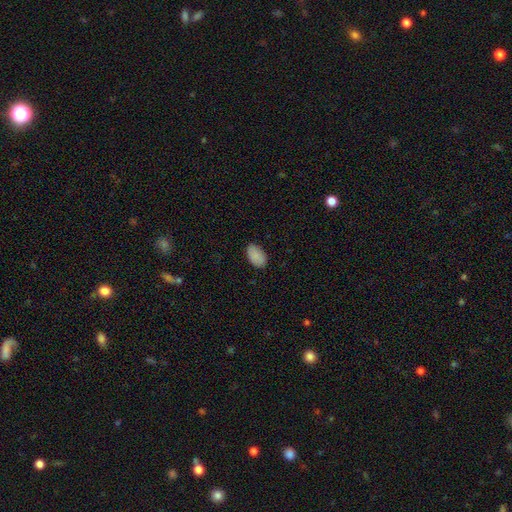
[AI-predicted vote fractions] Smooth or featured? Predicted: smooth (p=0.89). How rounded? Predicted: in between (p=0.93). Merging? Predicted: none (p=0.85).